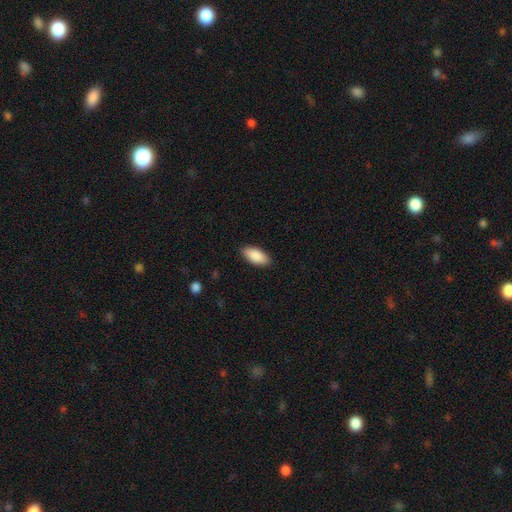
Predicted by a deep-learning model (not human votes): Smooth or featured?
  - smooth: 88% *
  - featured or disk: 6%
  - star or artifact: 6%
How rounded?
  - in between: 91% *
  - cigar-shaped: 7%
  - round: 2%
Merging?
  - none: 88% *
  - minor disturbance: 9%
  - major disturbance: 2%
  - merger: 1%